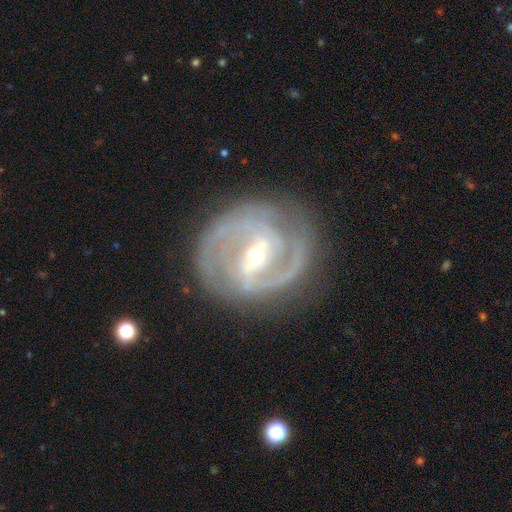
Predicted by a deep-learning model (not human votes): The model was most divided on "spiral winding": tight: 52%, medium: 40%, loose: 8%. More confident: edge-on disk — no (96%); spiral arms — yes (96%); smooth or featured — featured or disk (89%); merging — none (78%); spiral arm count — 2 (65%); bulge size — small (58%); bar — strong (51%).